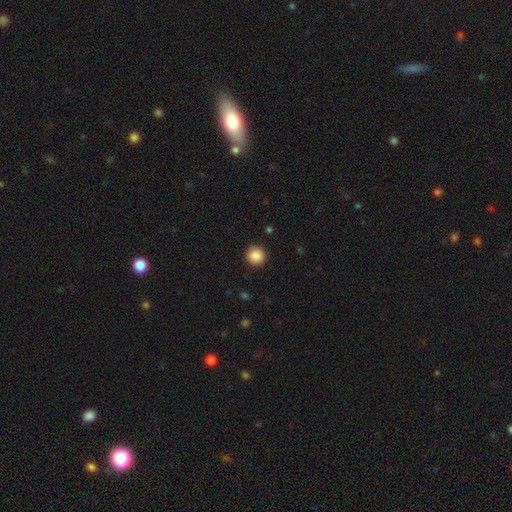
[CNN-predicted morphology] The model was most divided on "smooth or featured": smooth: 88%, star or artifact: 9%, featured or disk: 3%. More confident: how rounded — round (94%); merging — none (91%).